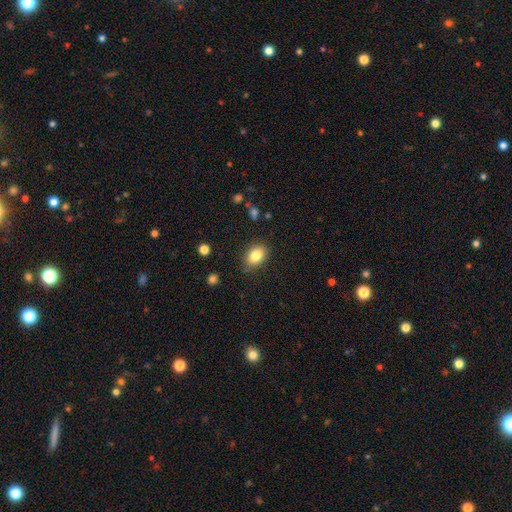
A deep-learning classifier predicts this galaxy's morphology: Smooth or featured? smooth (84%)
How rounded? in between (79%)
Merging? none (82%)